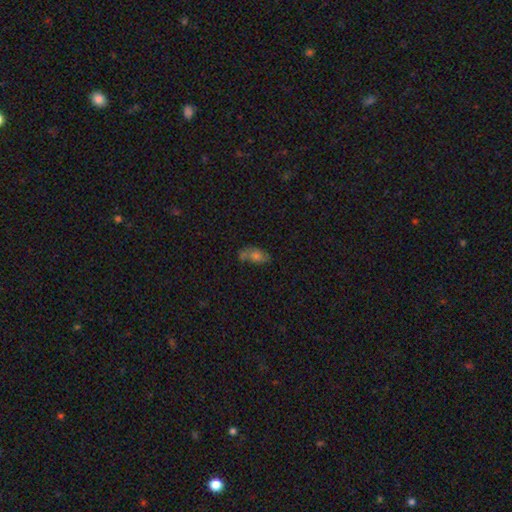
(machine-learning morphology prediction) Smooth or featured?
  - smooth: 60% *
  - featured or disk: 24%
  - star or artifact: 16%
How rounded?
  - in between: 83% *
  - round: 10%
  - cigar-shaped: 8%
Merging?
  - none: 46% *
  - minor disturbance: 23%
  - merger: 21%
  - major disturbance: 11%